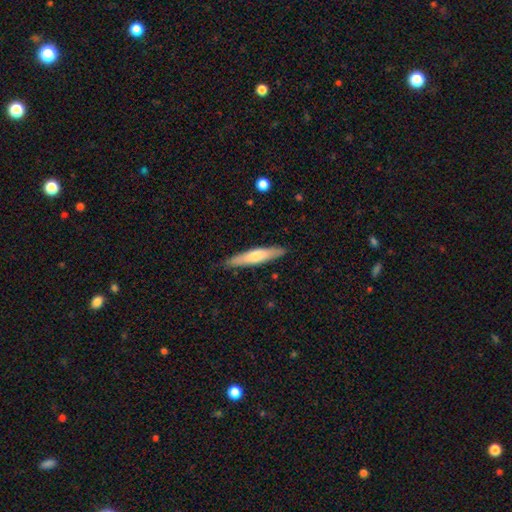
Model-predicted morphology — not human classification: type=smooth (61%); roundness=cigar-shaped (88%); merging=none (87%).